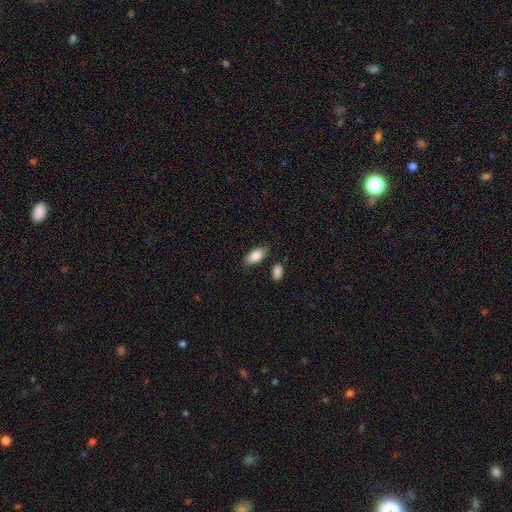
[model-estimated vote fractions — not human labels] Smooth or featured: smooth — 85% (featured or disk — 9%)
How rounded: in between — 89% (cigar-shaped — 8%)
Merging: none — 81% (minor disturbance — 12%)